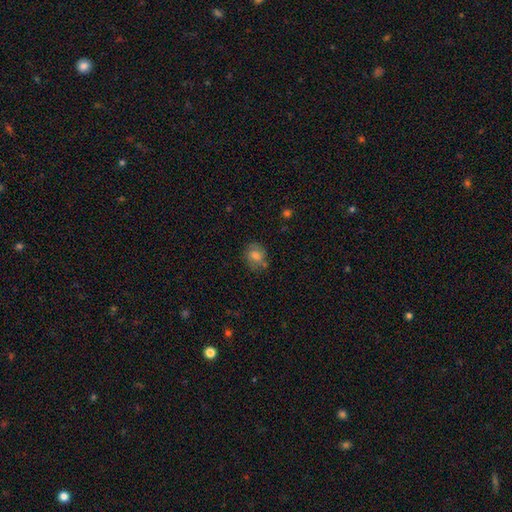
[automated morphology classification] Q: Smooth or featured?
A: smooth (70%); runner-up: featured or disk (18%)
Q: How rounded?
A: round (70%); runner-up: in between (29%)
Q: Merging?
A: none (69%); runner-up: minor disturbance (20%)